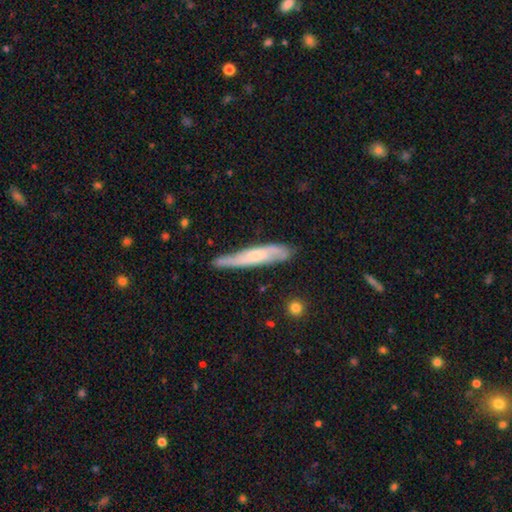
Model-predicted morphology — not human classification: This appears to be a featured or disk galaxy (57%) viewed edge-on (62%). Merging: none (68%).